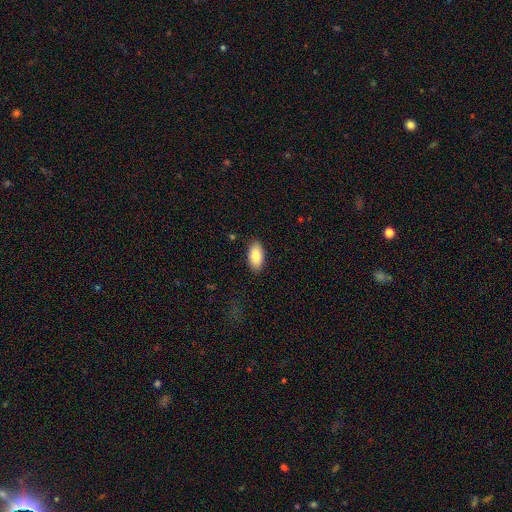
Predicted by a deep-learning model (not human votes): A smooth galaxy with no disk features (86%) that is in between round and cigar-shaped (93%).

Vote fractions:
- Smooth or featured? smooth: 86% / featured or disk: 8% / star or artifact: 6%
- How rounded? in between: 93% / cigar-shaped: 5% / round: 2%
- Merging? none: 87% / minor disturbance: 9% / major disturbance: 2% / merger: 1%